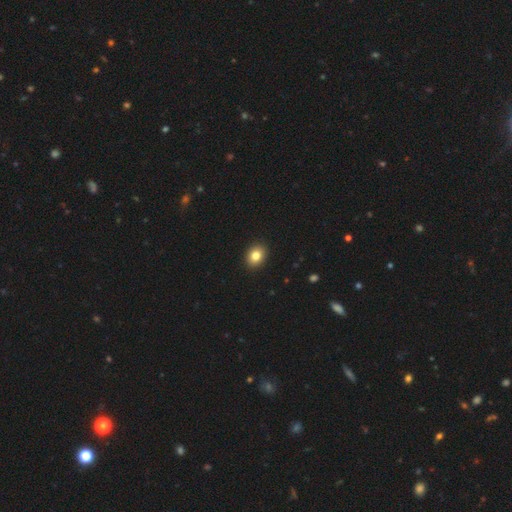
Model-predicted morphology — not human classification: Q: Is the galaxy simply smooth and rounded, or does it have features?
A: smooth — 83%.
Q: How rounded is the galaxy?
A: in between — 55%.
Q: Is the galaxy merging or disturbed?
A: none — 91%.